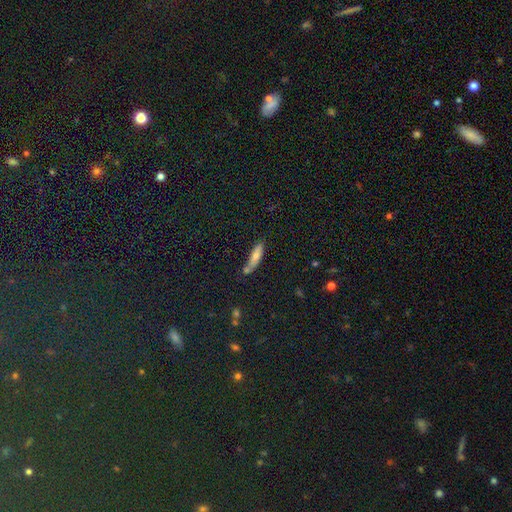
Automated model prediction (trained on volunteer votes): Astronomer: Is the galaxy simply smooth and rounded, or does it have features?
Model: smooth — 74%.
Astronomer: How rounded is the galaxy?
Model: cigar-shaped — 71%.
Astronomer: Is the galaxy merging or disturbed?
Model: none — 59%.